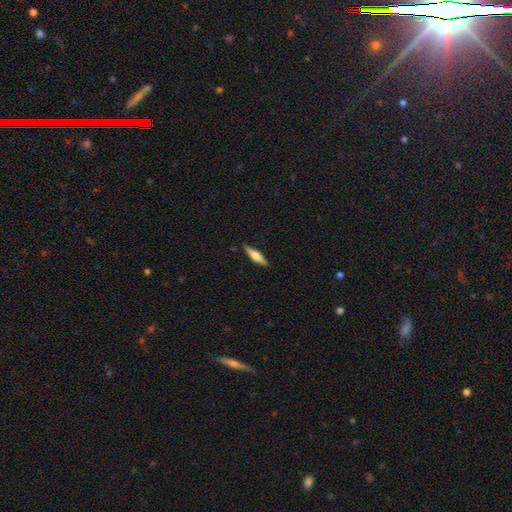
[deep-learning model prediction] Smooth or featured? featured or disk (50%)
Edge-on disk? yes (96%)
Merging? none (88%)